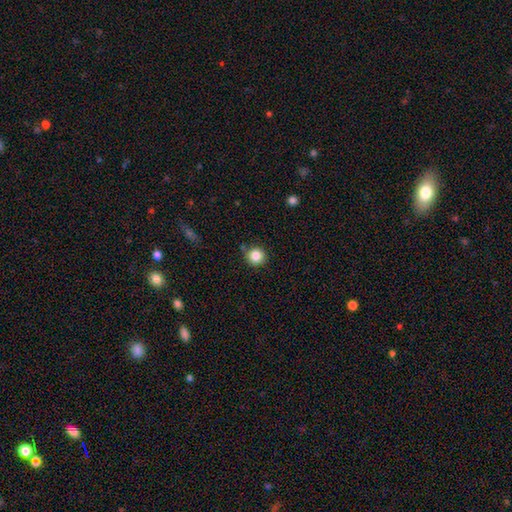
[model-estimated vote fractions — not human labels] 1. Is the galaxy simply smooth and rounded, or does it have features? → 85% smooth, 11% star or artifact, 4% featured or disk.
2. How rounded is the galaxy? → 93% round, 6% in between, 1% cigar-shaped.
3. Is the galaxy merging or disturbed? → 84% none, 10% minor disturbance, 4% merger, 3% major disturbance.